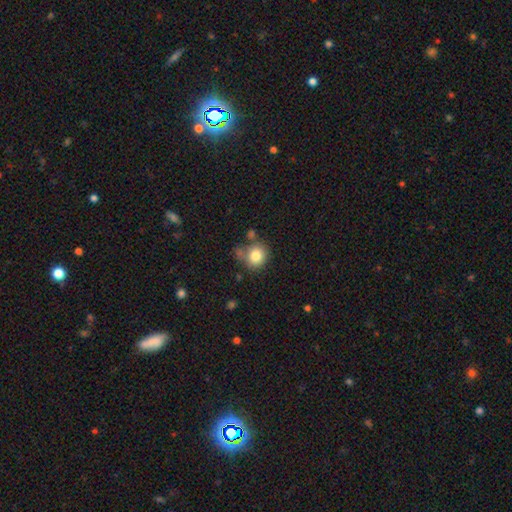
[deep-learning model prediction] Smooth or featured?
  - smooth: 81% *
  - star or artifact: 10%
  - featured or disk: 9%
How rounded?
  - round: 84% *
  - in between: 15%
  - cigar-shaped: 1%
Merging?
  - none: 64% *
  - minor disturbance: 16%
  - merger: 14%
  - major disturbance: 6%